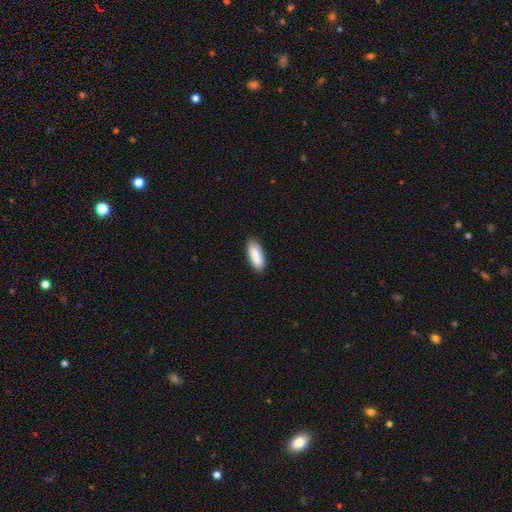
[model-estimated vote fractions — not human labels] A smooth galaxy with no disk features (90%) that is in between round and cigar-shaped (81%).

Vote fractions:
- Smooth or featured? smooth: 90% / star or artifact: 6% / featured or disk: 5%
- How rounded? in between: 81% / cigar-shaped: 17% / round: 2%
- Merging? none: 87% / minor disturbance: 10% / major disturbance: 2% / merger: 1%